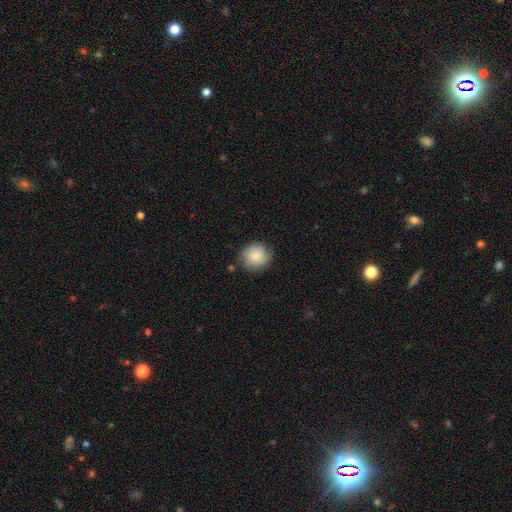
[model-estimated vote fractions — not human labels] smooth-or-featured: smooth: 80% | featured or disk: 13% | star or artifact: 7%
  how-rounded: round: 85% | in between: 14% | cigar-shaped: 1%
  merging: none: 76% | minor disturbance: 19% | major disturbance: 4% | merger: 2%